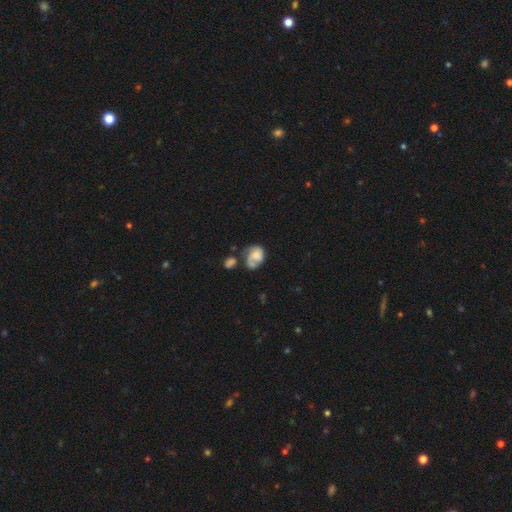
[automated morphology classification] smooth-or-featured: featured or disk: 50% | smooth: 42% | star or artifact: 8%
  merging: none: 31% | major disturbance: 25% | minor disturbance: 23% | merger: 22%